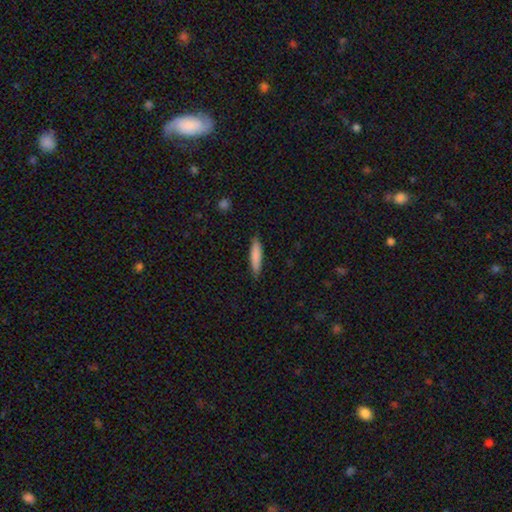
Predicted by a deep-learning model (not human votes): smooth_or_featured: smooth (p=0.83) [alt: featured or disk p=0.11]
how_rounded: cigar-shaped (p=0.80) [alt: in between p=0.18]
merging: none (p=0.87) [alt: minor disturbance p=0.10]